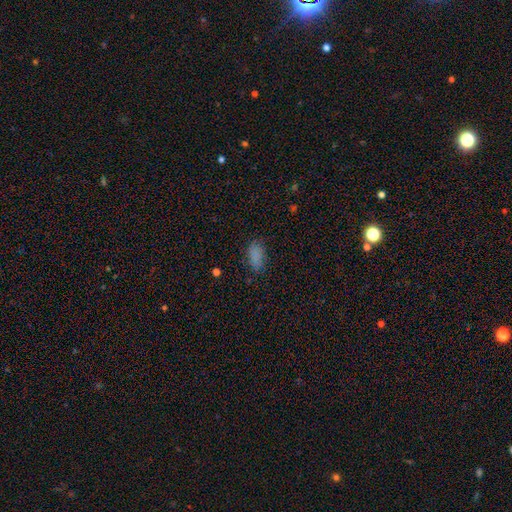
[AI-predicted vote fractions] Smooth or featured? smooth (82%)
How rounded? in between (90%)
Merging? none (76%)